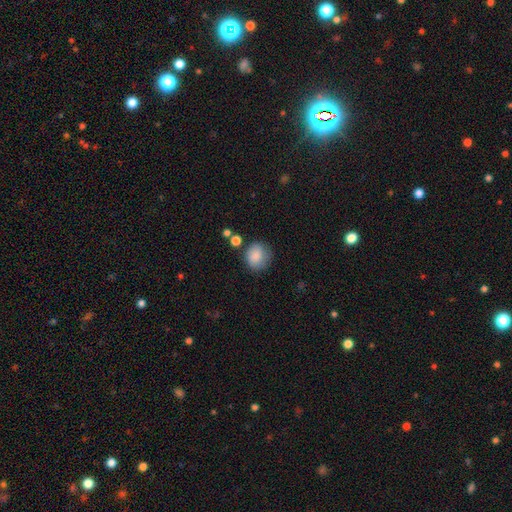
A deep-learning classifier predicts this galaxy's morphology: Smooth or featured? smooth (85%)
How rounded? round (80%)
Merging? none (71%)